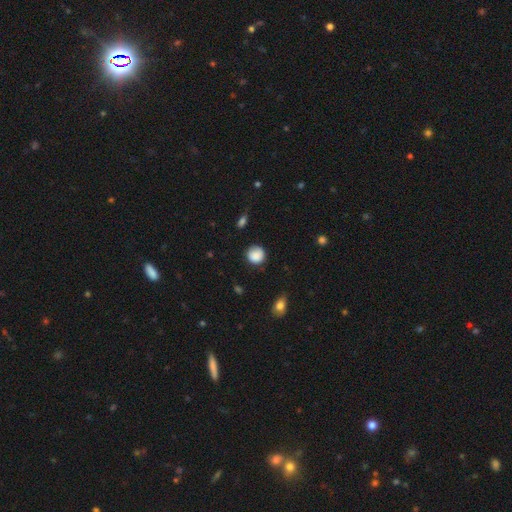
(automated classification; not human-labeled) Smooth or featured? smooth (87%)
How rounded? round (91%)
Merging? none (80%)